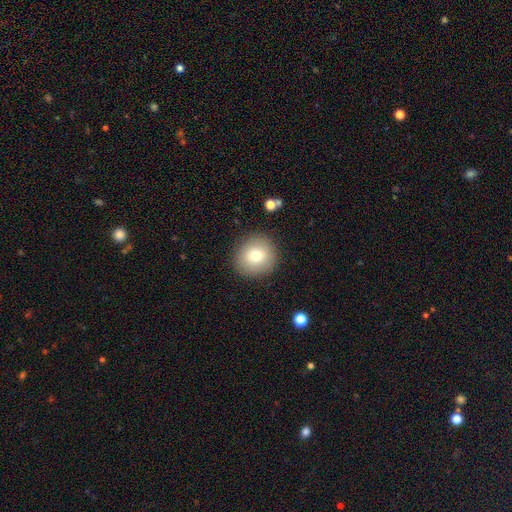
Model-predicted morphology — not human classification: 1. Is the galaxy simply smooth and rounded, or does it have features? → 75% smooth, 14% featured or disk, 11% star or artifact.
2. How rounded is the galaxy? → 92% round, 7% in between, 1% cigar-shaped.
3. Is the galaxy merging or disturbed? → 89% none, 7% minor disturbance, 3% major disturbance, 1% merger.